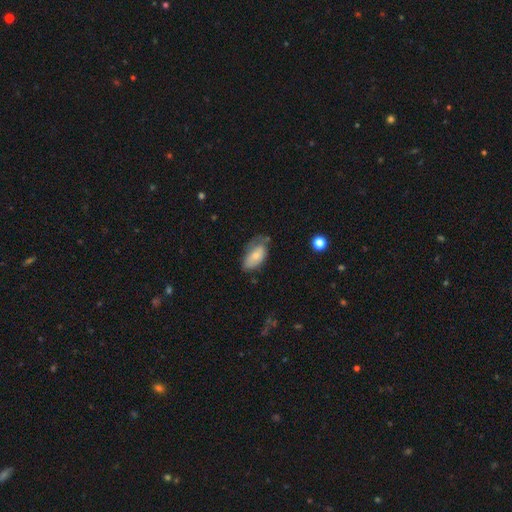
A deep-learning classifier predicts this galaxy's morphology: smooth_or_featured: smooth (p=0.68) [alt: featured or disk p=0.26]
how_rounded: in between (p=0.92) [alt: cigar-shaped p=0.04]
merging: none (p=0.44) [alt: minor disturbance p=0.37]